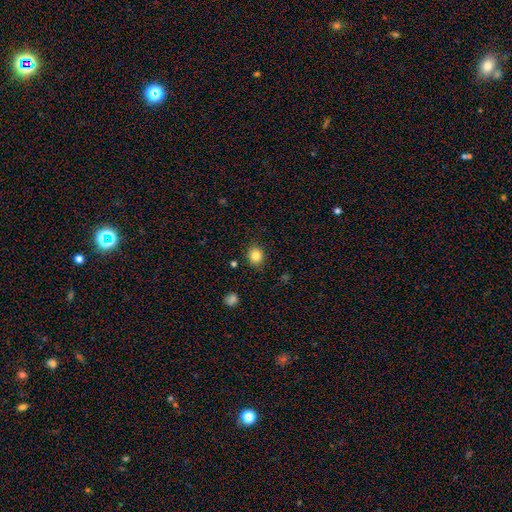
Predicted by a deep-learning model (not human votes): Morphology: type=smooth (83%); roundness=round (73%); merging=none (88%).